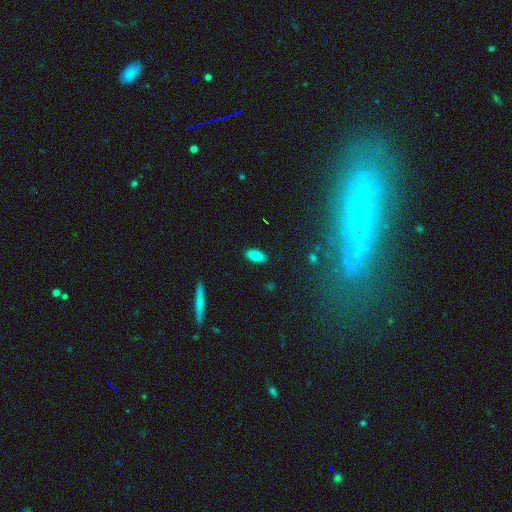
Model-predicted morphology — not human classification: This appears to be a smooth galaxy with no disk features (81%) that is in between round and cigar-shaped (88%). Merging: none (88%).